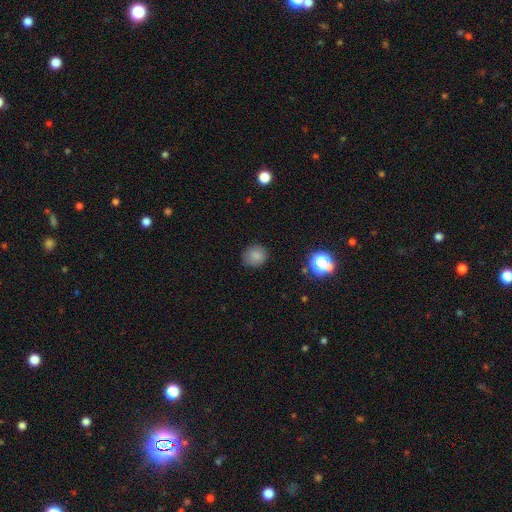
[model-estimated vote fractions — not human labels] Q: Smooth or featured?
A: smooth (82%); runner-up: star or artifact (13%)
Q: How rounded?
A: round (82%); runner-up: in between (17%)
Q: Merging?
A: none (83%); runner-up: minor disturbance (13%)